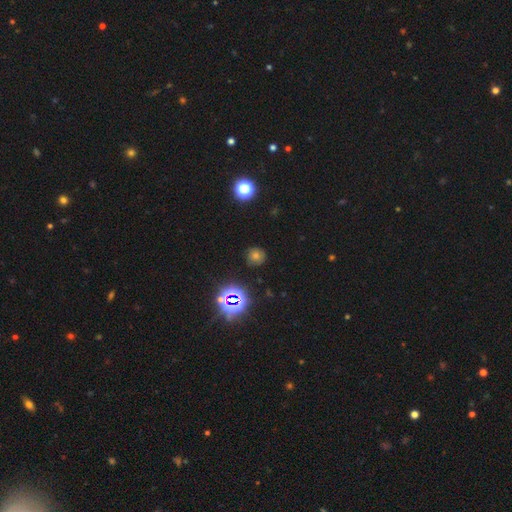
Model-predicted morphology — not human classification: smooth_or_featured: smooth (p=0.49) [alt: star or artifact p=0.42]
merging: none (p=0.87) [alt: minor disturbance p=0.08]